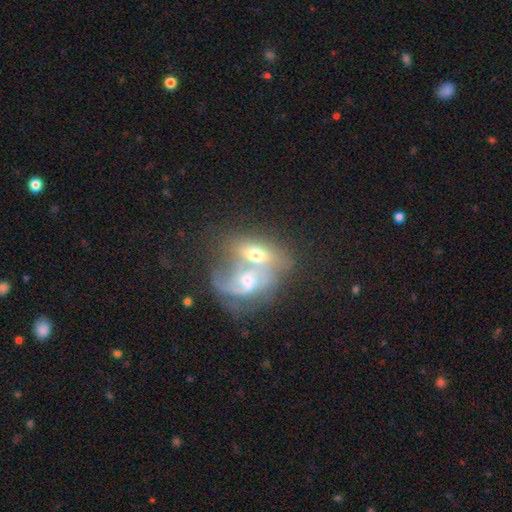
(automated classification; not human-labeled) Smooth or featured? featured or disk (57%)
Edge-on disk? no (92%)
Bar? no (62%)
Spiral arms? yes (62%)
Bulge size? moderate (58%)
Merging? merger (75%)